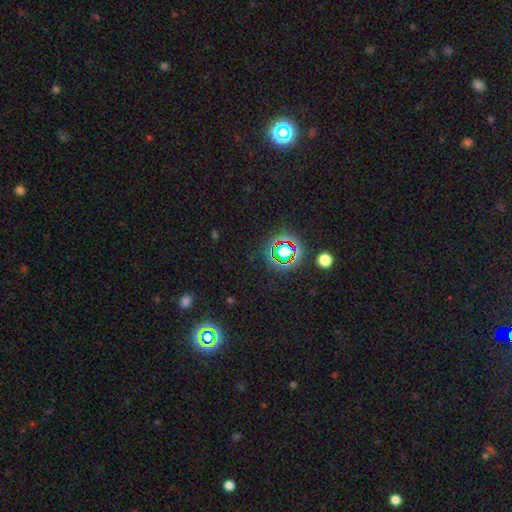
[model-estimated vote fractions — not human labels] Smooth or featured? Predicted: star or artifact (p=0.73).